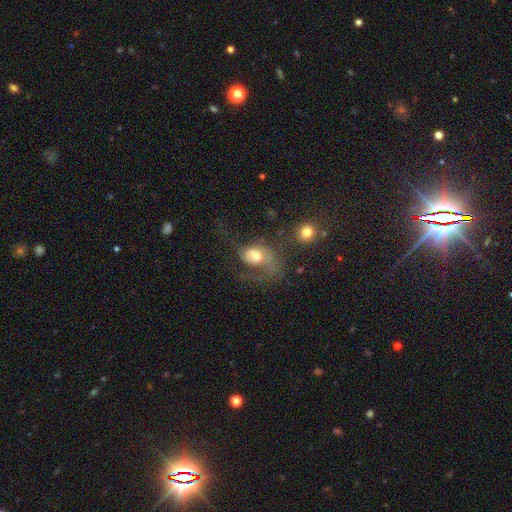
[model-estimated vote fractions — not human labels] Smooth or featured? featured or disk (49%)
Merging? major disturbance (57%)